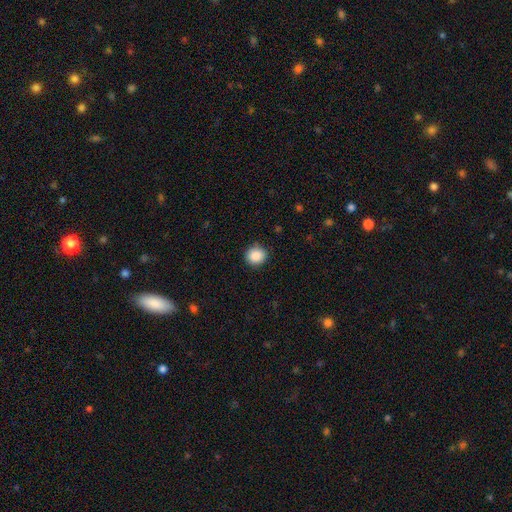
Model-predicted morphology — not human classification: Q: Smooth or featured?
A: smooth (88%); runner-up: star or artifact (9%)
Q: How rounded?
A: round (84%); runner-up: in between (15%)
Q: Merging?
A: none (87%); runner-up: minor disturbance (10%)